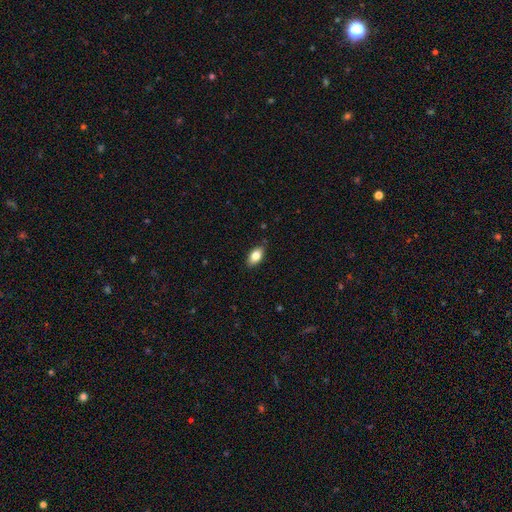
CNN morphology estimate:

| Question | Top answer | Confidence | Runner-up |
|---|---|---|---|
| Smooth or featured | smooth | 80% | featured or disk (12%) |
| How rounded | in between | 90% | round (6%) |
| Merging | none | 86% | minor disturbance (11%) |